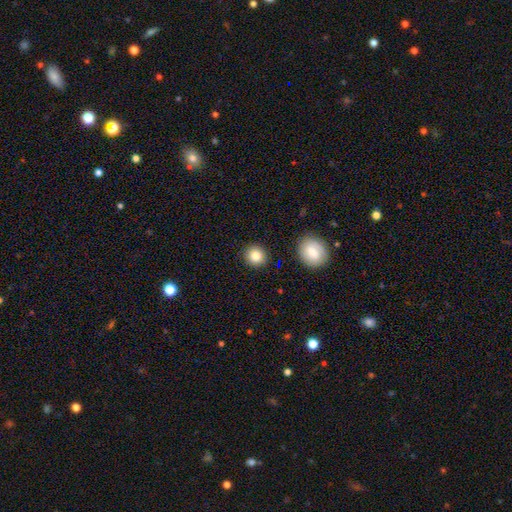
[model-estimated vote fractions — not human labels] The model was most divided on "smooth or featured": smooth: 83%, star or artifact: 10%, featured or disk: 7%. More confident: merging — none (89%); how rounded — round (89%).